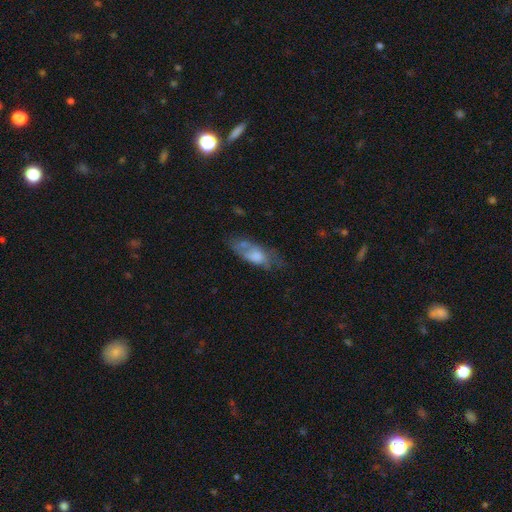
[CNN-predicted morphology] Smooth or featured?
  - smooth: 56% *
  - featured or disk: 36%
  - star or artifact: 8%
How rounded?
  - in between: 75% *
  - cigar-shaped: 21%
  - round: 4%
Merging?
  - none: 39% *
  - minor disturbance: 29%
  - major disturbance: 22%
  - merger: 10%